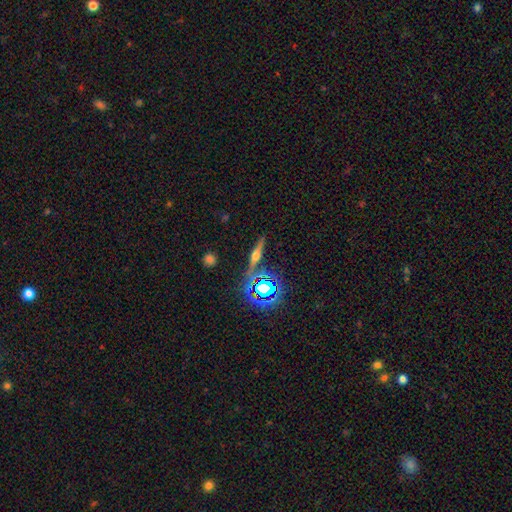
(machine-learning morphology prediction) smooth_or_featured: featured or disk (p=0.58) [alt: smooth p=0.24]
disk_edge_on: yes (p=0.94) [alt: no p=0.06]
edge_on_bulge: rounded (p=0.91) [alt: boxy p=0.06]
merging: none (p=0.84) [alt: minor disturbance p=0.10]